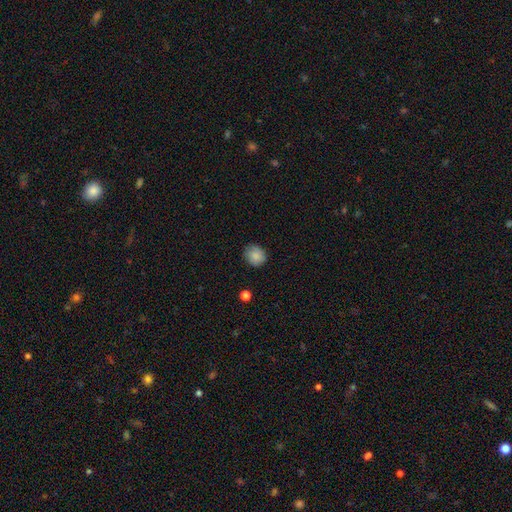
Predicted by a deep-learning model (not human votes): smooth 85%, star or artifact 8%, featured or disk 7%. Down the decision tree: how rounded — round (78%); merging — none (81%).